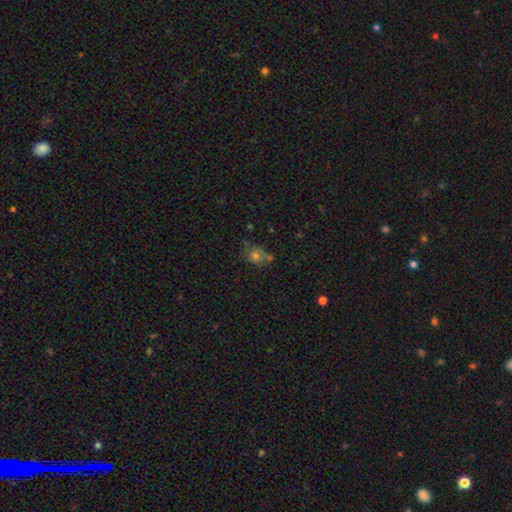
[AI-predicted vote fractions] smooth-or-featured: smooth: 63% | star or artifact: 21% | featured or disk: 16%
  how-rounded: round: 61% | in between: 37% | cigar-shaped: 2%
  merging: none: 49% | minor disturbance: 22% | merger: 18% | major disturbance: 11%